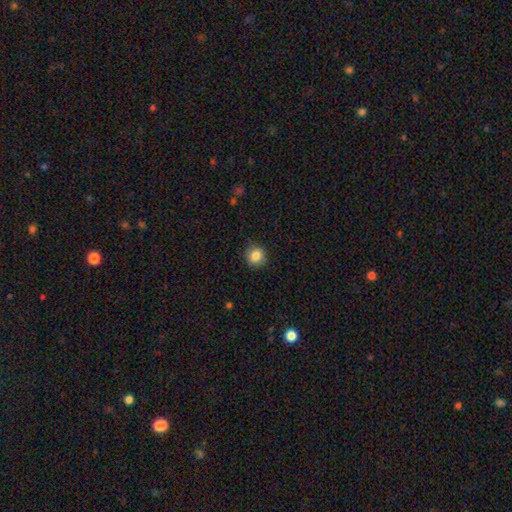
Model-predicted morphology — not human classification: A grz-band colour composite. It shows a smooth galaxy with no disk features (85%) that is round (90%). Merging: none (86%).